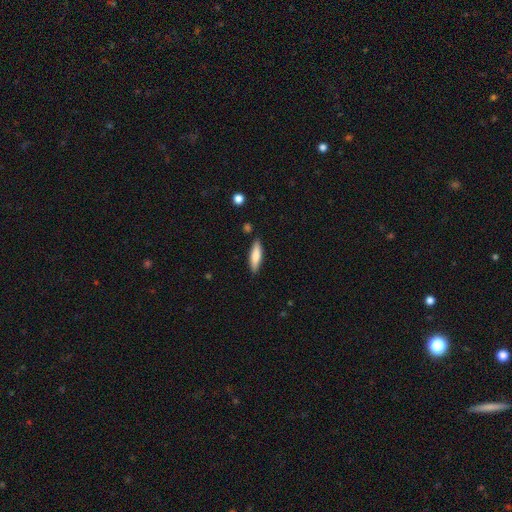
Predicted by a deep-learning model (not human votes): Overall: smooth (76%). How rounded: cigar-shaped (67%; in between 32%). Merging: none (86%).